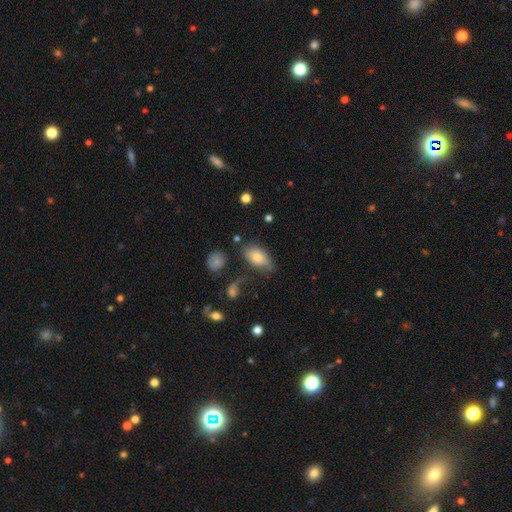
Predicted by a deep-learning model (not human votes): A smooth galaxy with no disk features (72%) that is in between round and cigar-shaped (91%).

Vote fractions:
- Smooth or featured? smooth: 72% / featured or disk: 18% / star or artifact: 10%
- How rounded? in between: 91% / round: 6% / cigar-shaped: 3%
- Merging? none: 50% / minor disturbance: 30% / major disturbance: 15% / merger: 5%